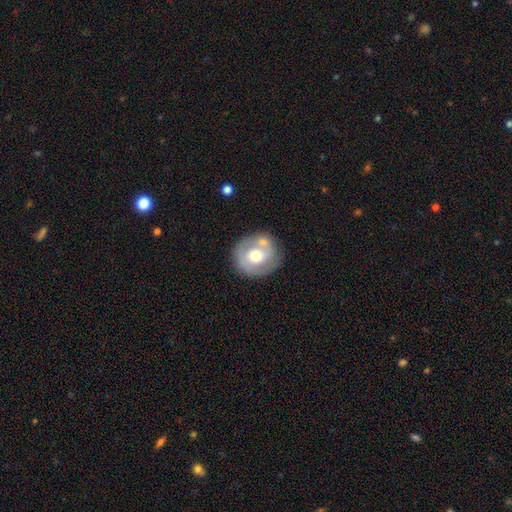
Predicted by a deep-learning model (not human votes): featured or disk 48%, smooth 45%, star or artifact 7%. Down the decision tree: merging — none (60%).